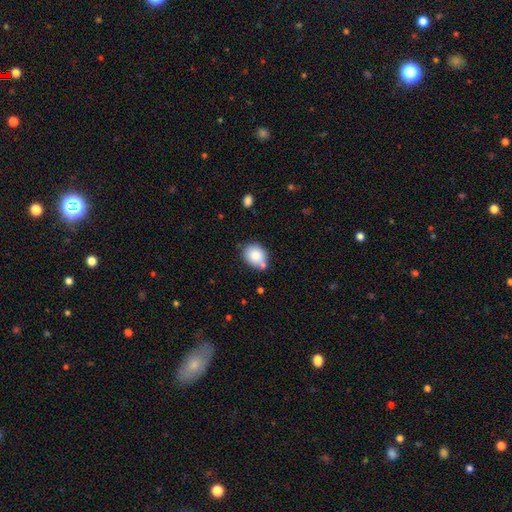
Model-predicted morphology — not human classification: Q: Smooth or featured?
A: smooth (82%); runner-up: featured or disk (9%)
Q: How rounded?
A: round (57%); runner-up: in between (42%)
Q: Merging?
A: none (68%); runner-up: minor disturbance (15%)